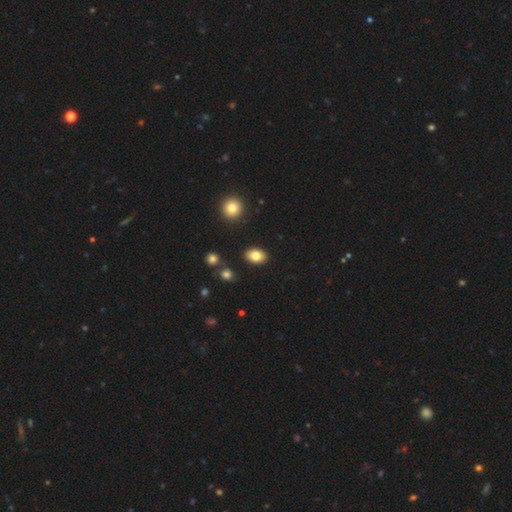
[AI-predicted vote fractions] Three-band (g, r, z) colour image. It shows a smooth galaxy with no disk features (82%) that is in between round and cigar-shaped (85%). Merging: none (88%).